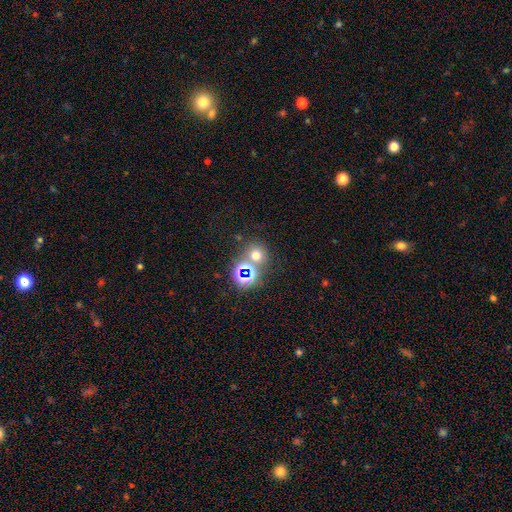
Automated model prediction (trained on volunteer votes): smooth 60%, star or artifact 31%, featured or disk 9%. Down the decision tree: how rounded — round (82%); merging — none (65%).